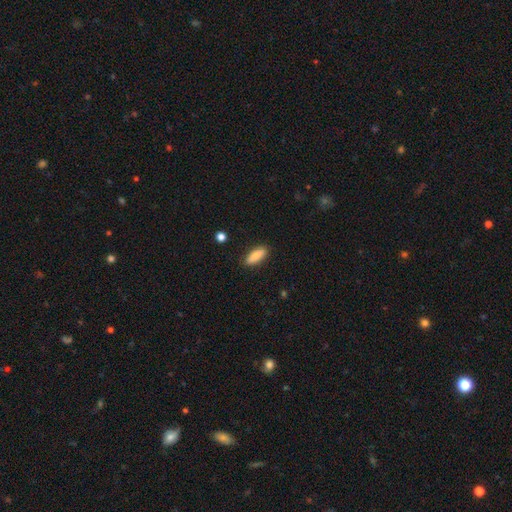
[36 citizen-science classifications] Overall: smooth (86%). How rounded: in between (68%; cigar-shaped 29%). Merging: none (94%).